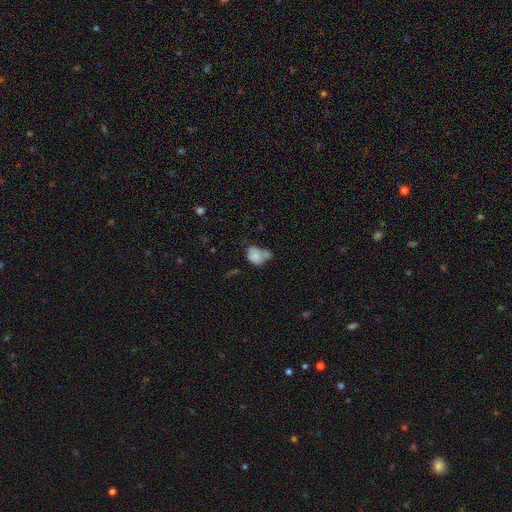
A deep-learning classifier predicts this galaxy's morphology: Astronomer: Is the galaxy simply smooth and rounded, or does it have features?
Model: smooth — 75%.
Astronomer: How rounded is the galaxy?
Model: in between — 55% (runner-up: round, 44%).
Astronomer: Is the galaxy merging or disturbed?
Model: merger — 35% (runner-up: none, 27%).